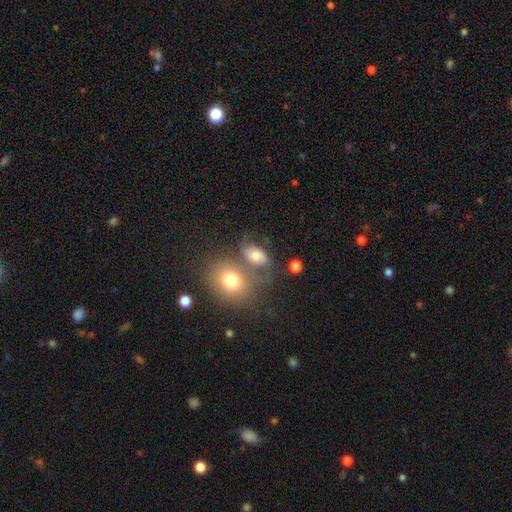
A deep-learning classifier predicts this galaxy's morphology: smooth_or_featured: smooth (p=0.66) [alt: featured or disk p=0.21]
how_rounded: in between (p=0.76) [alt: round p=0.22]
merging: none (p=0.43) [alt: merger p=0.29]